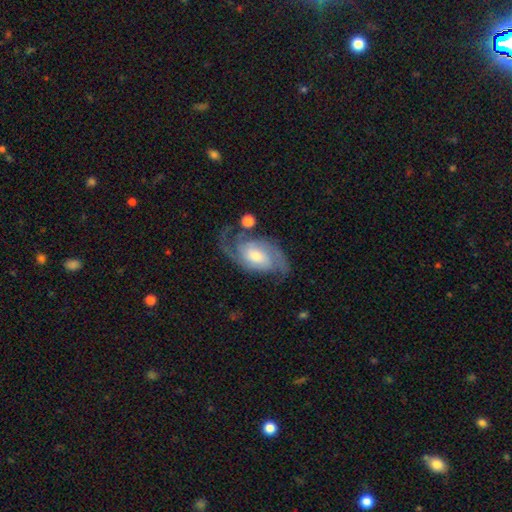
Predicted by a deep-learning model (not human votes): A featured or disk galaxy (87%) with no bar (52%), 2 (87%) medium (49%) spiral arms (97%) and a moderate central bulge (55%).

Vote fractions:
- Smooth or featured? featured or disk: 87% / smooth: 8% / star or artifact: 5%
- Edge-on disk? no: 96% / yes: 4%
- Bar? no: 52% / weak: 38% / strong: 9%
- Spiral arms? yes: 97% / no: 3%
- Spiral winding? medium: 49% / tight: 33% / loose: 18%
- Spiral arm count? 2: 87% / can't tell: 5% / 3: 4% / 1: 2% / 4: 1% / more than 4: 1%
- Bulge size? moderate: 55% / small: 21% / large: 18% / none: 4% / dominant: 2%
- Merging? none: 68% / minor disturbance: 17% / major disturbance: 10% / merger: 4%